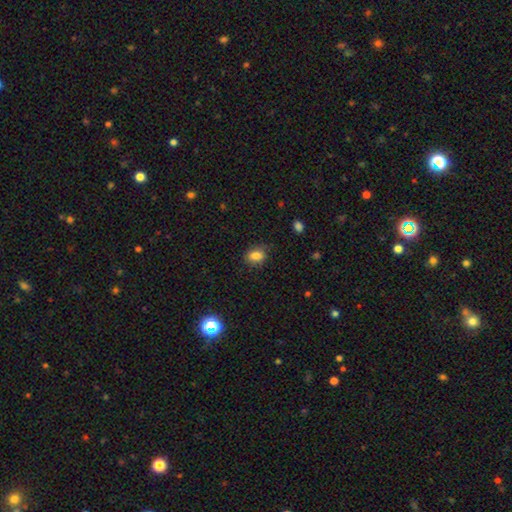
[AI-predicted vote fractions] Morphology: type=smooth (80%); roundness=in between (69%); merging=none (75%).